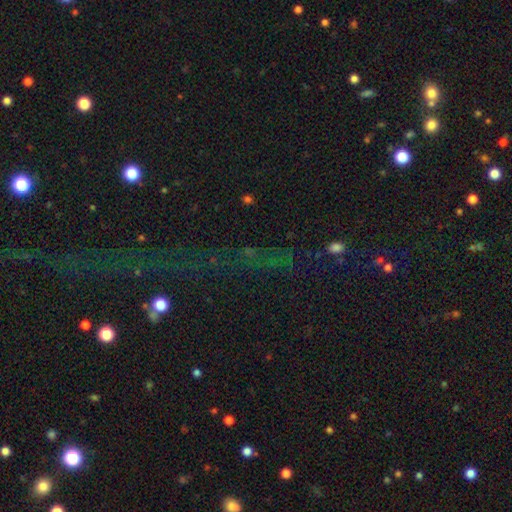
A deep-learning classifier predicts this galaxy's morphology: Smooth or featured?
  - star or artifact: 74% *
  - smooth: 14%
  - featured or disk: 12%